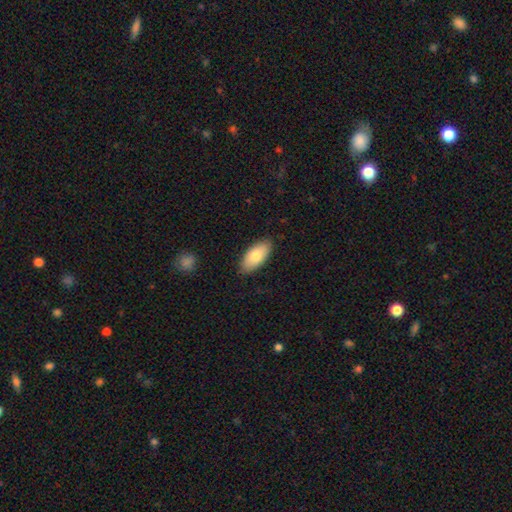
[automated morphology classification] Smooth or featured: smooth — 77% (featured or disk — 17%)
How rounded: in between — 91% (cigar-shaped — 6%)
Merging: none — 85% (minor disturbance — 11%)